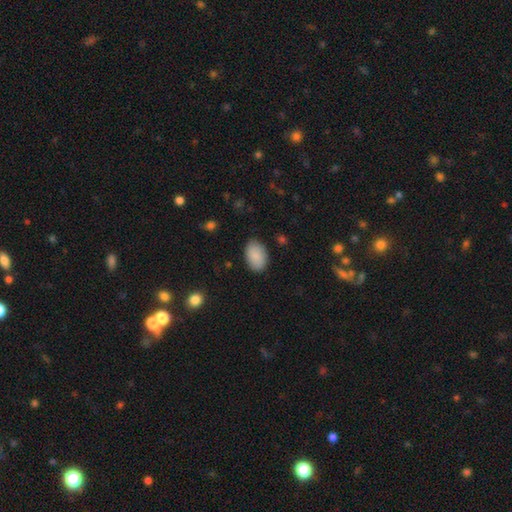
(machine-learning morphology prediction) Smooth or featured? Predicted: smooth (p=0.88). How rounded? Predicted: in between (p=0.91). Merging? Predicted: none (p=0.85).